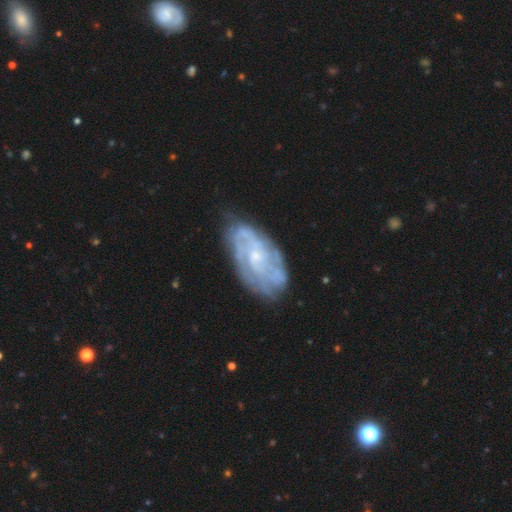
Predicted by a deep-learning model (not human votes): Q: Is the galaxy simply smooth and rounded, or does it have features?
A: featured or disk — 80%.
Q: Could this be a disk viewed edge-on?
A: no — 95%.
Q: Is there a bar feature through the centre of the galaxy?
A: no — 70%.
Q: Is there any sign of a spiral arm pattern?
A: yes — 88%.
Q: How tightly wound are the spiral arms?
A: tight — 57%.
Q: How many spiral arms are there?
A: can't tell — 44%.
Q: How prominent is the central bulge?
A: small — 65%.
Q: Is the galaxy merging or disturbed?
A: none — 71%.